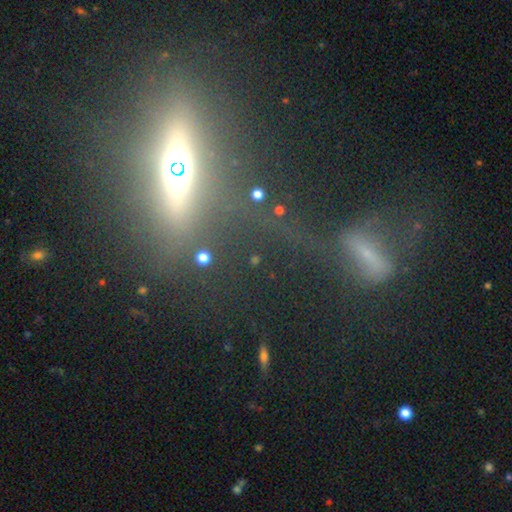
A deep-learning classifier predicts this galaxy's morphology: Smooth or featured? star or artifact (39%)